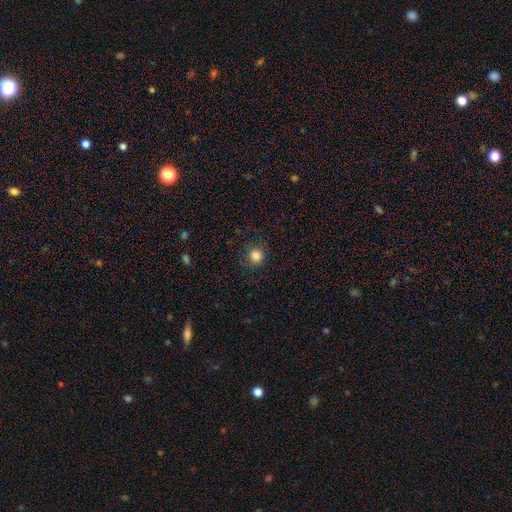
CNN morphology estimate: Smooth or featured? smooth (85%)
How rounded? round (89%)
Merging? none (82%)